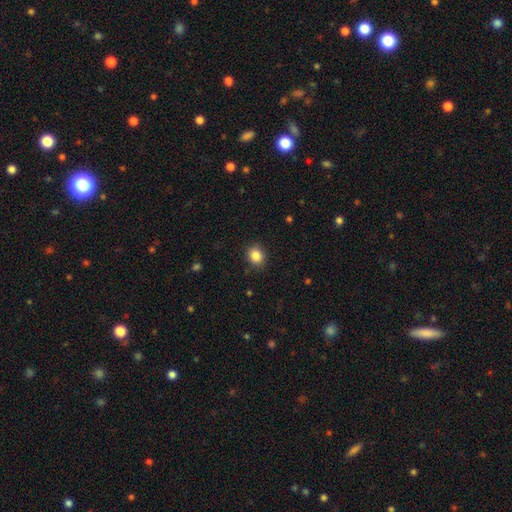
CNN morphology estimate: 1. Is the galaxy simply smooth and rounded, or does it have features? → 86% smooth, 10% star or artifact, 4% featured or disk.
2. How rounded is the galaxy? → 64% round, 36% in between, 1% cigar-shaped.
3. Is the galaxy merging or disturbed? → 88% none, 9% minor disturbance, 2% major disturbance, 1% merger.